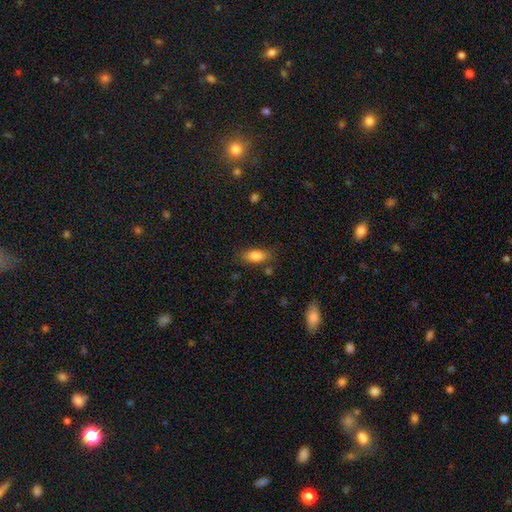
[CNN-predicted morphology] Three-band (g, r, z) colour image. It shows a smooth galaxy with no disk features (82%) that is in between round and cigar-shaped (82%). Merging: none (78%).